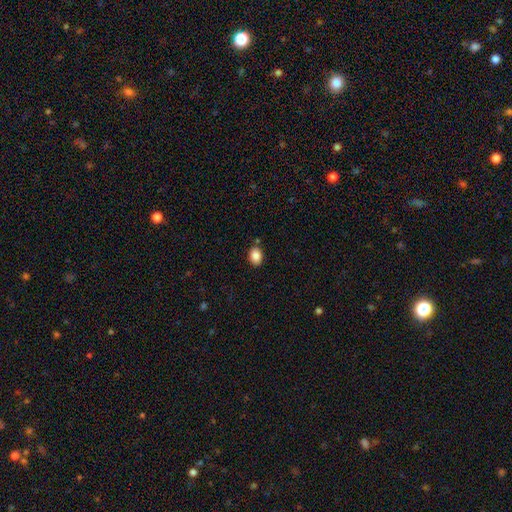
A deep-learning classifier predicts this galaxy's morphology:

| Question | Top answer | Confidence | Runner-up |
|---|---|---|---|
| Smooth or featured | smooth | 87% | star or artifact (8%) |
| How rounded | in between | 69% | round (30%) |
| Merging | none | 84% | minor disturbance (10%) |